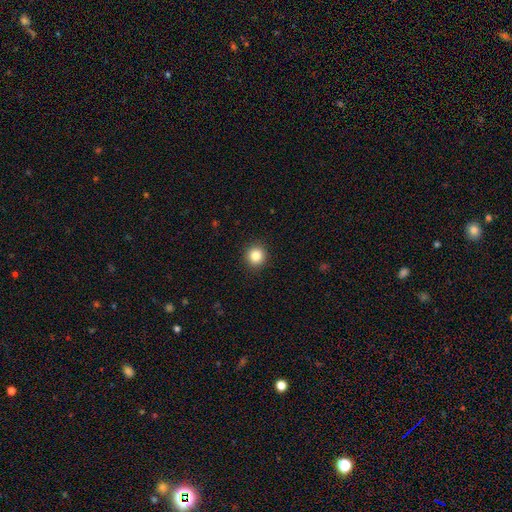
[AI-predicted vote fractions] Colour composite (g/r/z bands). It shows a smooth galaxy with no disk features (85%) that is round (93%). Merging: none (92%).